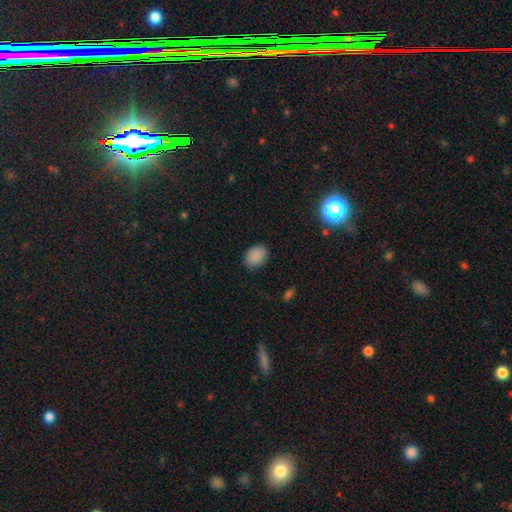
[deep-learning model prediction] Overall: smooth (88%). How rounded: in between (68%; round 31%). Merging: none (86%).